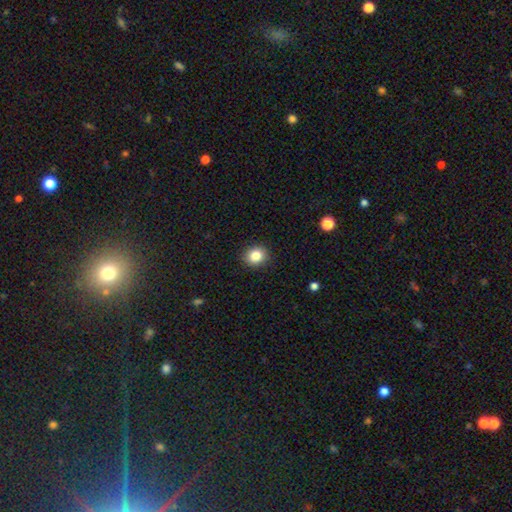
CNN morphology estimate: type=smooth (84%); roundness=round (75%); merging=none (90%).